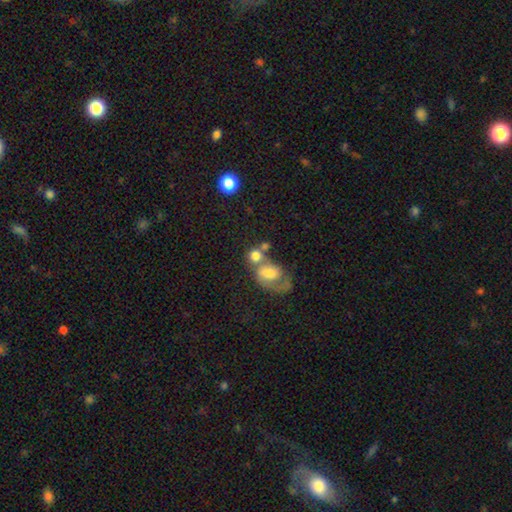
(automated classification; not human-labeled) Smooth or featured?
  - smooth: 67% *
  - featured or disk: 22%
  - star or artifact: 11%
How rounded?
  - round: 67% *
  - in between: 31%
  - cigar-shaped: 2%
Merging?
  - merger: 50% *
  - none: 30%
  - major disturbance: 10%
  - minor disturbance: 10%